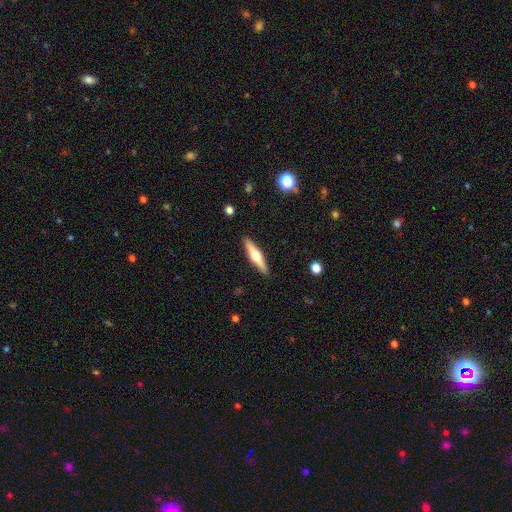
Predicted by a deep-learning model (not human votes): Smooth or featured? Predicted: featured or disk (p=0.62). Edge-on disk? Predicted: yes (p=0.96). Edge-on bulge? Predicted: rounded (p=0.94). Merging? Predicted: none (p=0.91).